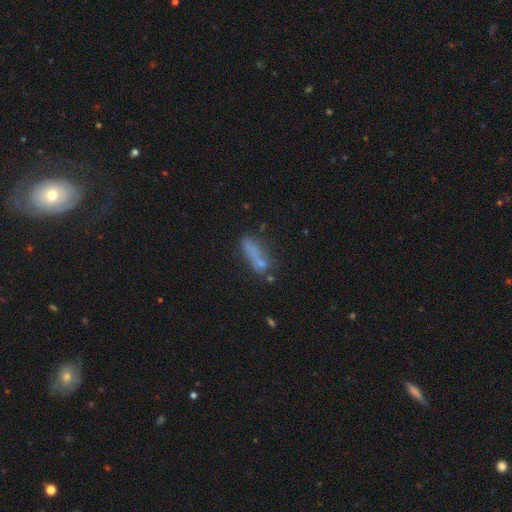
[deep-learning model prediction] Smooth or featured: smooth — 63% (featured or disk — 22%)
How rounded: cigar-shaped — 57% (in between — 40%)
Merging: none — 51% (minor disturbance — 21%)